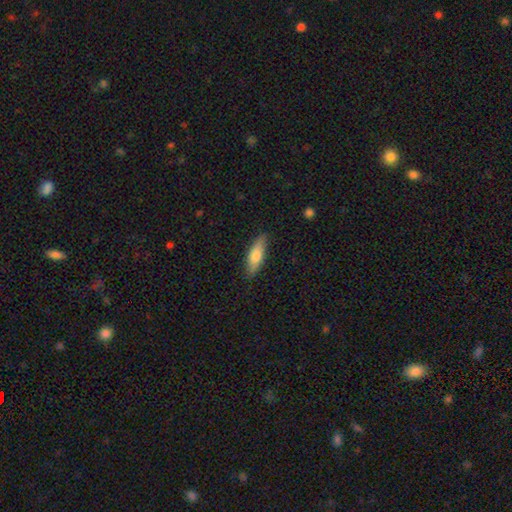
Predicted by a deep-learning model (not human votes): The model was most divided on "how rounded": in between: 50%, cigar-shaped: 48%, round: 2%. More confident: merging — none (85%); smooth or featured — smooth (75%).